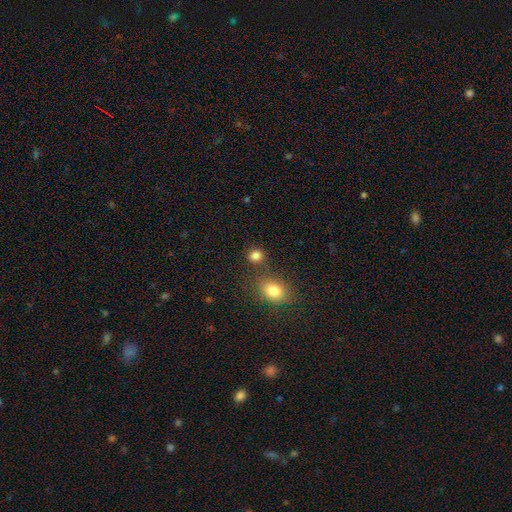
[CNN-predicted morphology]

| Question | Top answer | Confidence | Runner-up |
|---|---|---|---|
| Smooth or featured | smooth | 83% | star or artifact (13%) |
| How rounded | round | 77% | in between (22%) |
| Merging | none | 74% | merger (13%) |